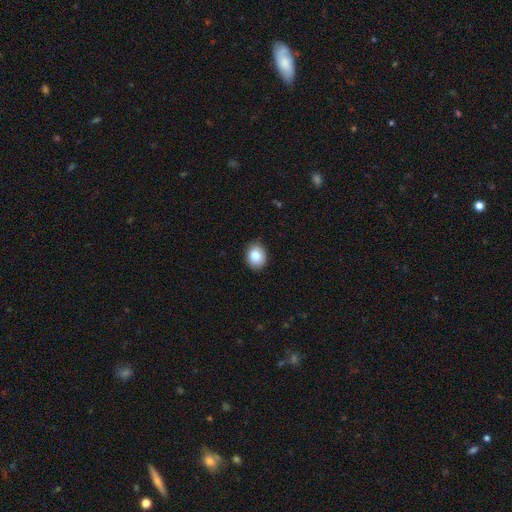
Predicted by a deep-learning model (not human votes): Smooth or featured? smooth (85%)
How rounded? in between (52%)
Merging? none (83%)